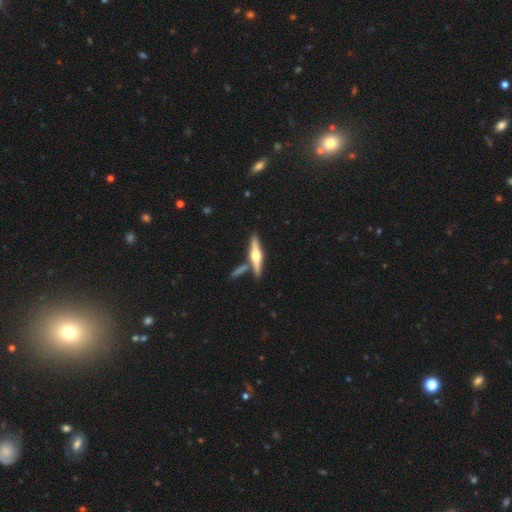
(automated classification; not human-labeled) A featured or disk galaxy (75%) viewed edge-on (97%) with a rounded central bulge (94%).

Vote fractions:
- Smooth or featured? featured or disk: 75% / smooth: 20% / star or artifact: 5%
- Edge-on disk? yes: 97% / no: 3%
- Edge-on bulge? rounded: 94% / boxy: 3% / none: 2%
- Merging? none: 76% / merger: 12% / minor disturbance: 9% / major disturbance: 3%